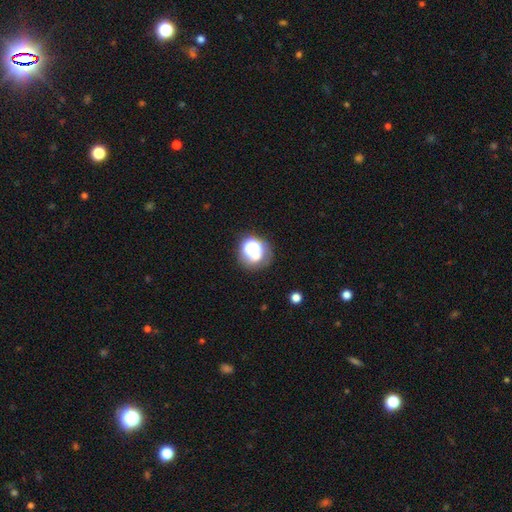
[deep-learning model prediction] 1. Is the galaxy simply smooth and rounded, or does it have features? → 51% smooth, 34% star or artifact, 15% featured or disk.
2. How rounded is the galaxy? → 81% round, 18% in between, 1% cigar-shaped.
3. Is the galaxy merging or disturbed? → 66% none, 15% minor disturbance, 11% major disturbance, 7% merger.